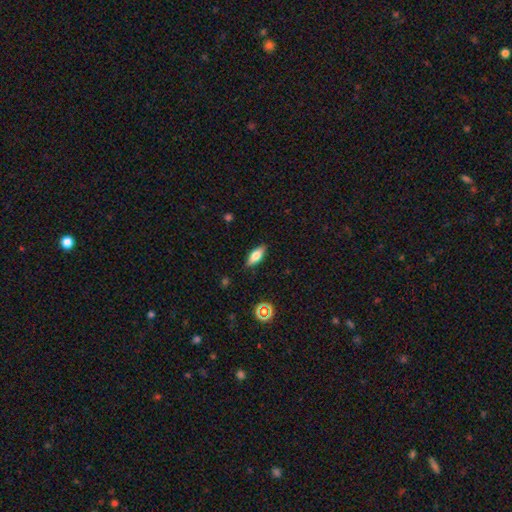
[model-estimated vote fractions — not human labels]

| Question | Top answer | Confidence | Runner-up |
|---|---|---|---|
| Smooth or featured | smooth | 69% | featured or disk (23%) |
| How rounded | in between | 70% | cigar-shaped (27%) |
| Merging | none | 88% | minor disturbance (9%) |